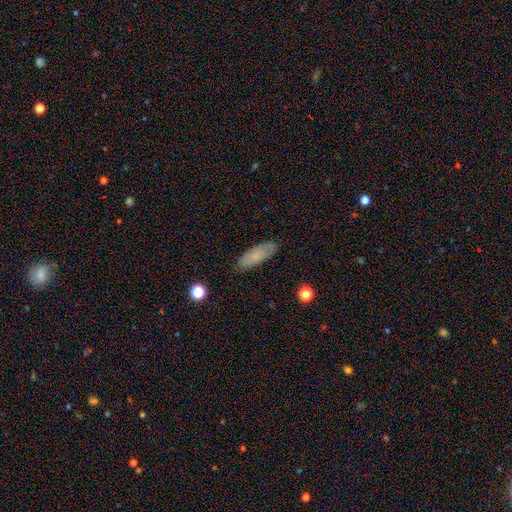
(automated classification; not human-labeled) Smooth or featured? Predicted: smooth (p=0.73). How rounded? Predicted: in between (p=0.69). Merging? Predicted: none (p=0.84).